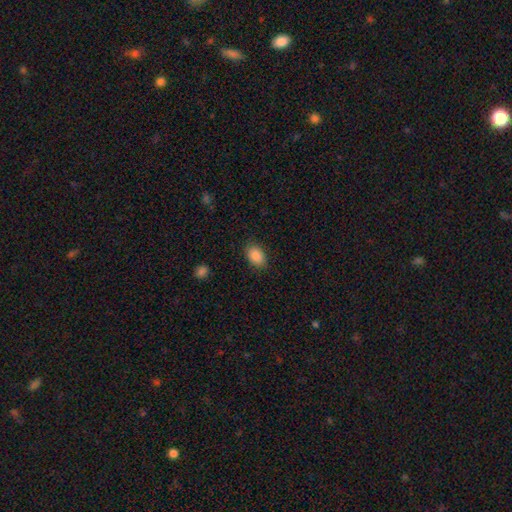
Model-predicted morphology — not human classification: This appears to be a smooth galaxy with no disk features (88%) that is in between round and cigar-shaped (84%). Merging: none (86%).